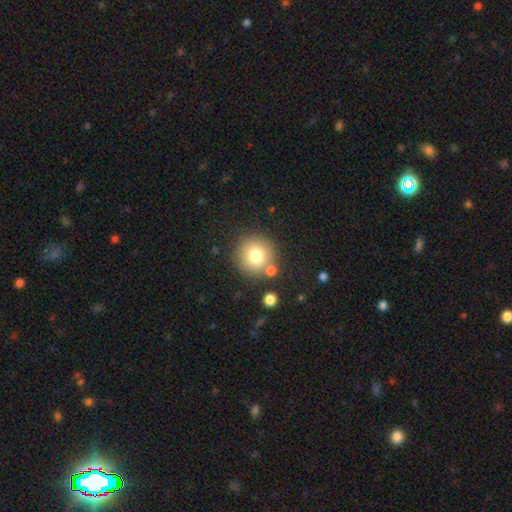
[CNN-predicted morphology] type=smooth (77%); roundness=round (94%); merging=none (79%).